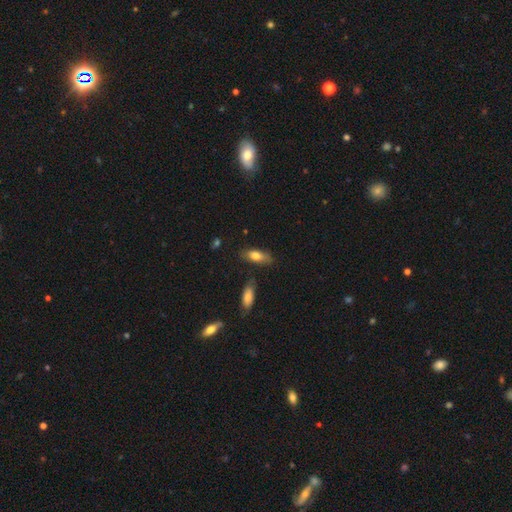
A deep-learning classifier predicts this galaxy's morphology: Smooth or featured? Predicted: smooth (p=0.76). How rounded? Predicted: in between (p=0.77). Merging? Predicted: none (p=0.73).